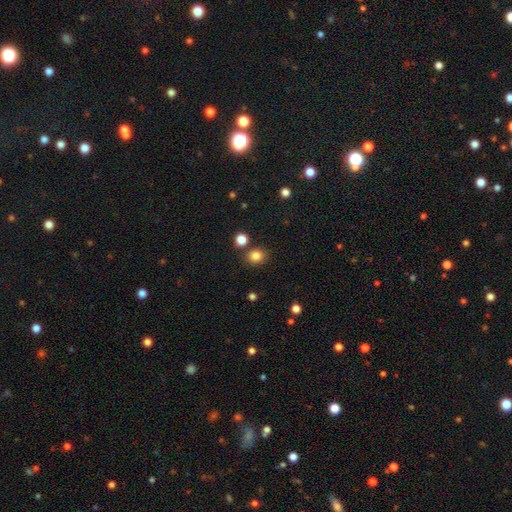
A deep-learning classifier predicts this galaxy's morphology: A smooth galaxy with no disk features (83%) that is round (70%).

Vote fractions:
- Smooth or featured? smooth: 83% / star or artifact: 12% / featured or disk: 5%
- How rounded? round: 70% / in between: 29% / cigar-shaped: 1%
- Merging? none: 79% / minor disturbance: 9% / merger: 9% / major disturbance: 3%